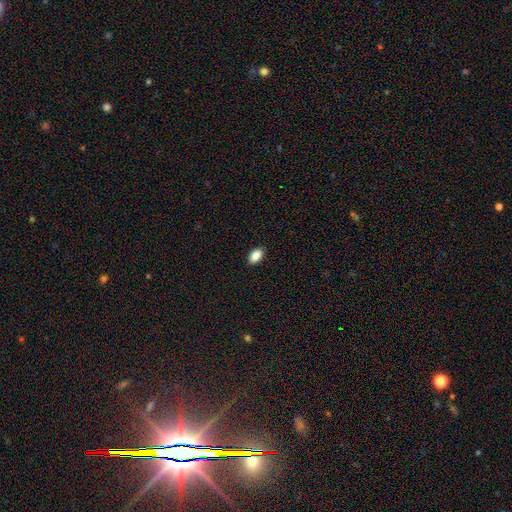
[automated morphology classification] smooth 89%, star or artifact 7%, featured or disk 3%. Down the decision tree: how rounded — in between (92%); merging — none (90%).